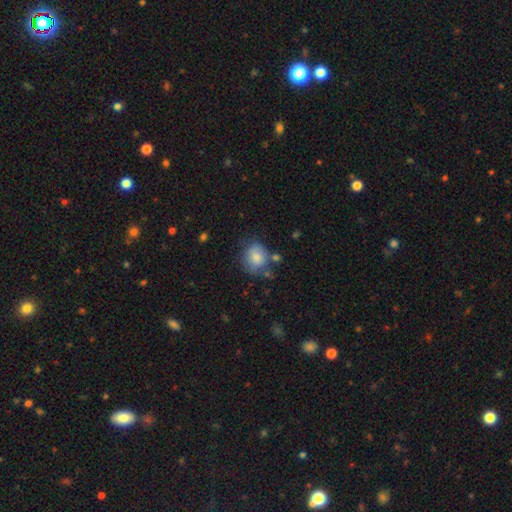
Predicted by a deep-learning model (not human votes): Smooth or featured: smooth — 78% (featured or disk — 13%)
How rounded: round — 65% (in between — 34%)
Merging: none — 64% (minor disturbance — 21%)